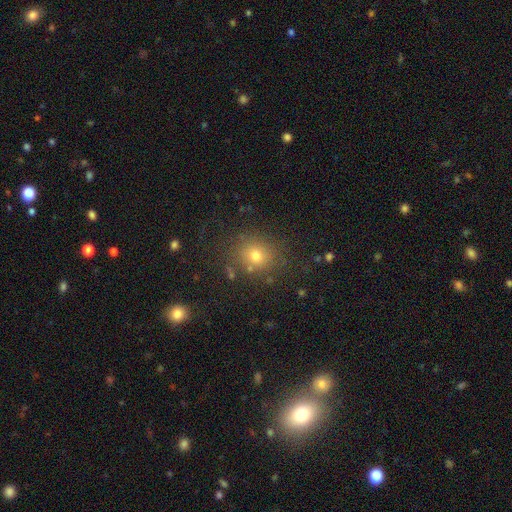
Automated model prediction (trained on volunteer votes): Smooth or featured: smooth — 72% (star or artifact — 19%)
How rounded: round — 76% (in between — 23%)
Merging: none — 81% (minor disturbance — 11%)